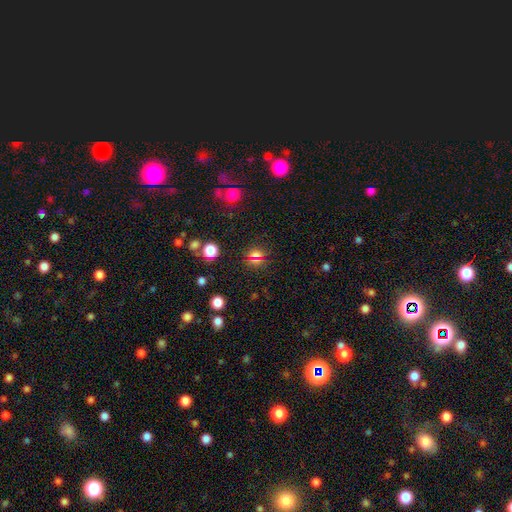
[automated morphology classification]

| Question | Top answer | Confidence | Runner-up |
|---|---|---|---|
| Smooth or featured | smooth | 49% | star or artifact (42%) |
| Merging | none | 80% | minor disturbance (9%) |